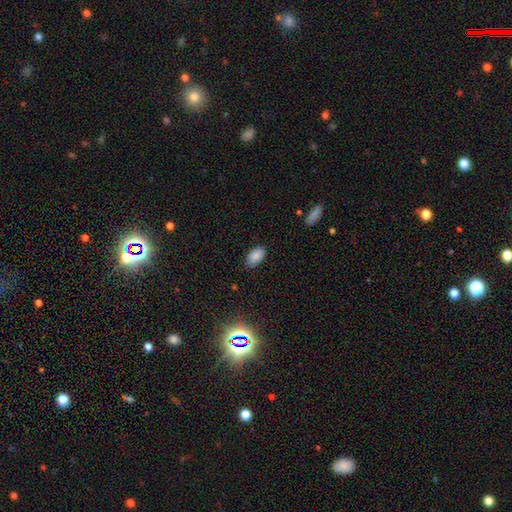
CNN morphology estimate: Smooth or featured? Predicted: smooth (p=0.86). How rounded? Predicted: in between (p=0.93). Merging? Predicted: none (p=0.81).